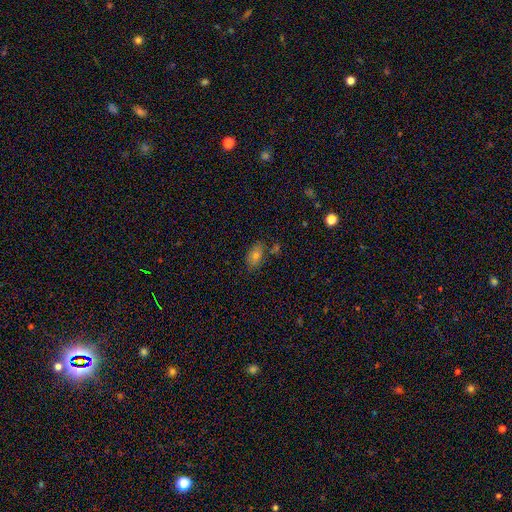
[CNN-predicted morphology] Smooth or featured: smooth — 73% (featured or disk — 16%)
How rounded: in between — 87% (round — 10%)
Merging: none — 73% (minor disturbance — 16%)